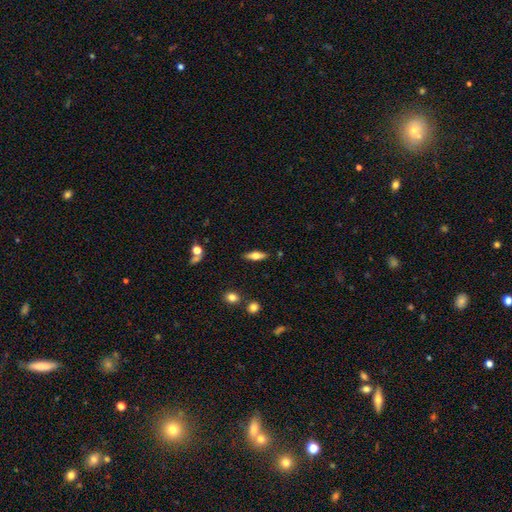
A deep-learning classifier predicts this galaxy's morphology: Overall: smooth (52%; featured or disk 41%). How rounded: in between (55%; cigar-shaped 42%). Merging: none (85%).